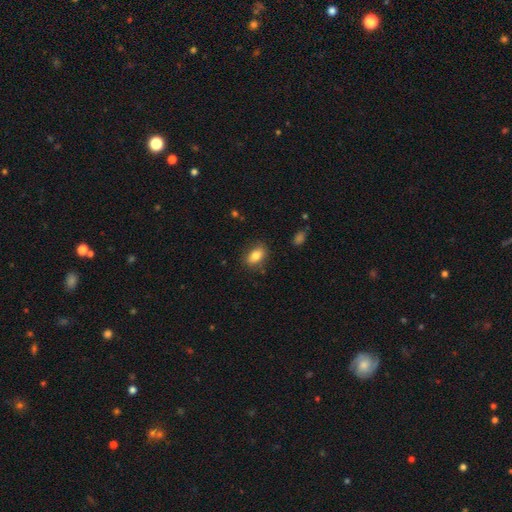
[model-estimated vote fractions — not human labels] smooth_or_featured: smooth (p=0.81) [alt: featured or disk p=0.11]
how_rounded: in between (p=0.85) [alt: round p=0.11]
merging: none (p=0.82) [alt: minor disturbance p=0.13]